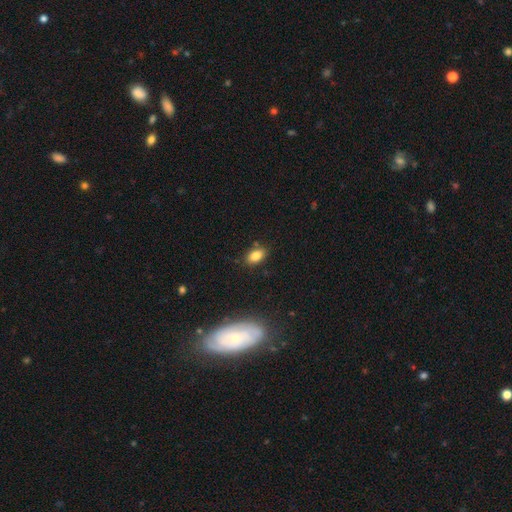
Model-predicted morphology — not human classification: Overall: smooth (83%). How rounded: in between (88%). Merging: none (82%).